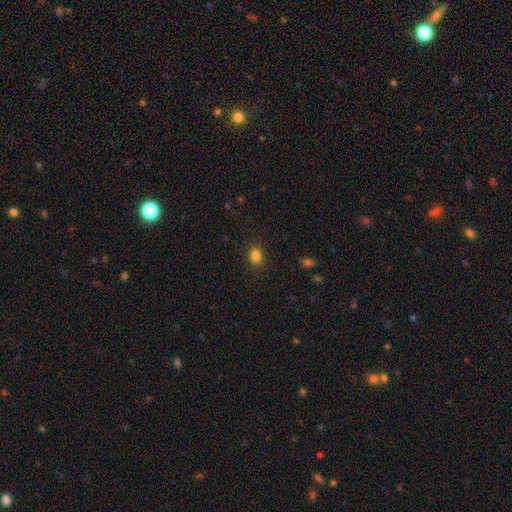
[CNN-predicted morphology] smooth 84%, star or artifact 12%, featured or disk 4%. Down the decision tree: how rounded — in between (55%); merging — none (86%).